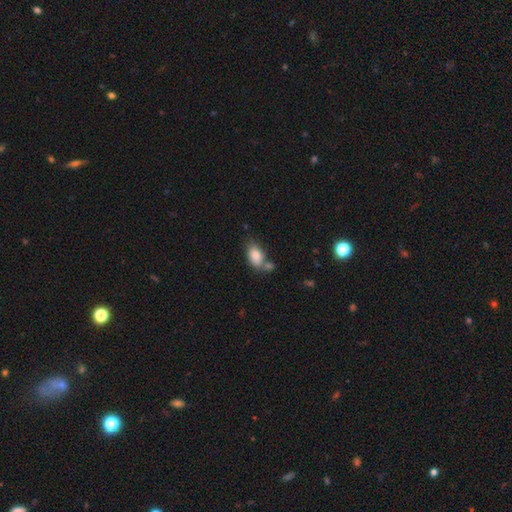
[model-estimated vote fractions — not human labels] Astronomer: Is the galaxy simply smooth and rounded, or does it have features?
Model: smooth — 84%.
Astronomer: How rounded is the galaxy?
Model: in between — 90%.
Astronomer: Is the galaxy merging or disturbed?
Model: none — 48% (runner-up: merger, 26%).